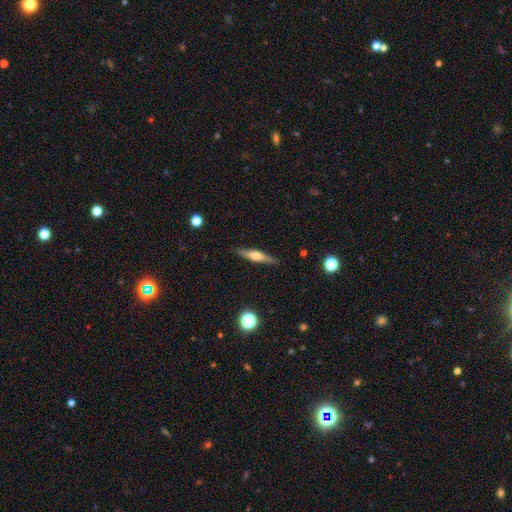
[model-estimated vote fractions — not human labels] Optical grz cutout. It shows a featured or disk galaxy (61%) viewed edge-on (96%) with a rounded central bulge (86%). Merging: none (89%).